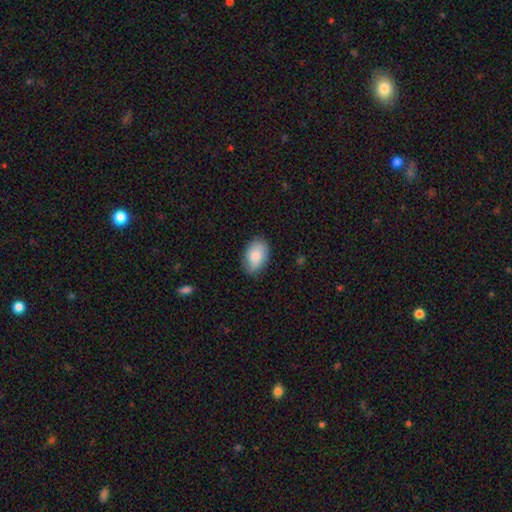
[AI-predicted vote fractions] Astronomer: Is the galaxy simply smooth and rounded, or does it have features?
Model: smooth — 82%.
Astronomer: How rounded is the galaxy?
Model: in between — 89%.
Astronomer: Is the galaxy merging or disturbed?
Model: none — 79%.